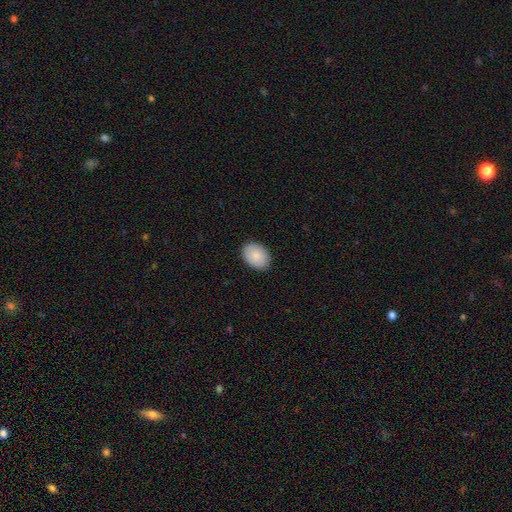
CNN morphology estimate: Smooth or featured? Predicted: smooth (p=0.87). How rounded? Predicted: in between (p=0.76). Merging? Predicted: none (p=0.88).